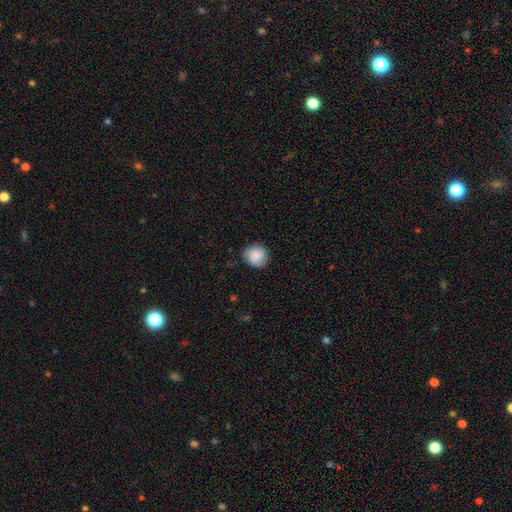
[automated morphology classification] smooth_or_featured: smooth (p=0.87) [alt: star or artifact p=0.07]
how_rounded: round (p=0.85) [alt: in between p=0.14]
merging: none (p=0.80) [alt: minor disturbance p=0.15]